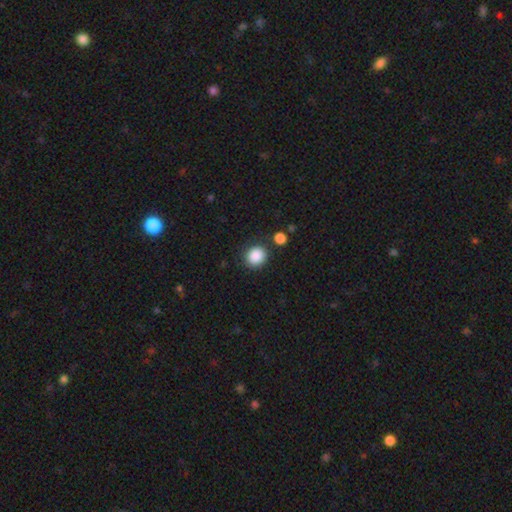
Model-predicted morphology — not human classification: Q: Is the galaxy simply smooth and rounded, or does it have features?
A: smooth — 88%.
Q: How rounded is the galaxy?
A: round — 79%.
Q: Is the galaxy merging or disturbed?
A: none — 83%.